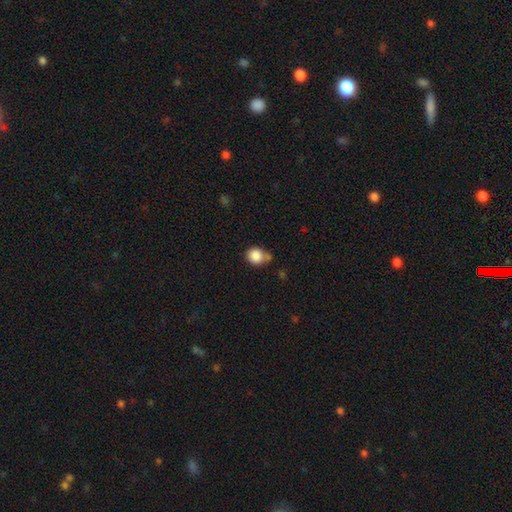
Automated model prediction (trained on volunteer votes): smooth-or-featured: smooth: 85% | star or artifact: 9% | featured or disk: 5%
  how-rounded: round: 78% | in between: 22% | cigar-shaped: 1%
  merging: none: 52% | minor disturbance: 24% | merger: 17% | major disturbance: 7%